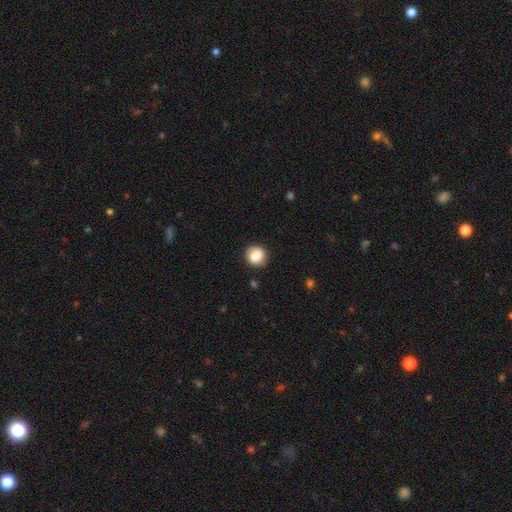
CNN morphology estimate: Smooth or featured? smooth (81%)
How rounded? round (88%)
Merging? none (85%)